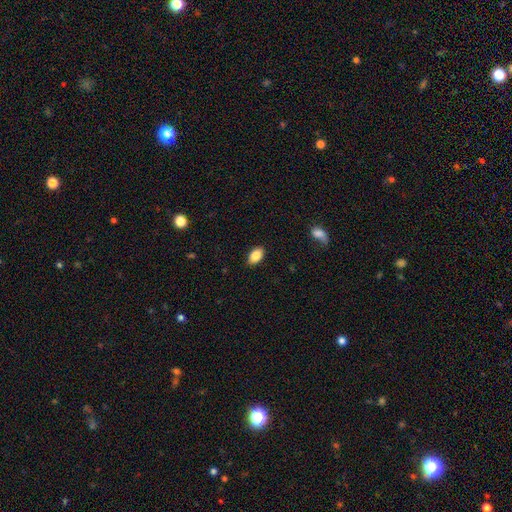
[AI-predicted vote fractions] smooth-or-featured: smooth: 86% | star or artifact: 8% | featured or disk: 6%
  how-rounded: in between: 91% | round: 7% | cigar-shaped: 2%
  merging: none: 87% | minor disturbance: 9% | major disturbance: 2% | merger: 1%